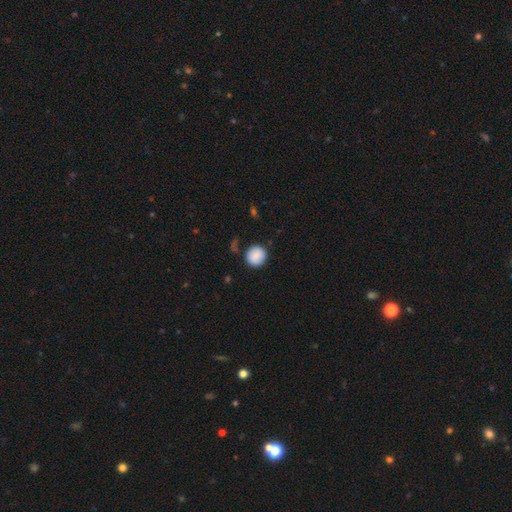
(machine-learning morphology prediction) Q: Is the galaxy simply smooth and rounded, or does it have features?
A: smooth — 85%.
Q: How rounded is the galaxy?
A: round — 92%.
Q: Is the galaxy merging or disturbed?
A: none — 82%.